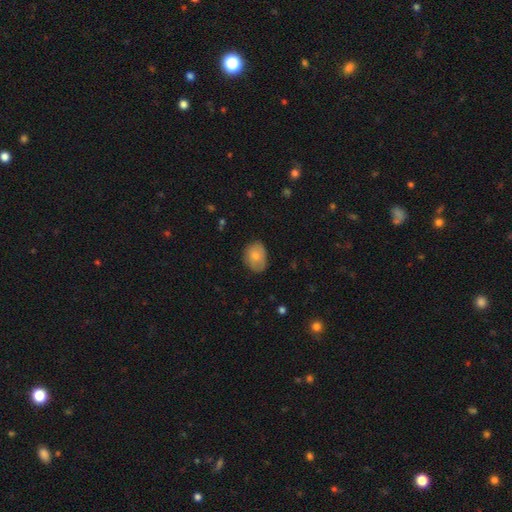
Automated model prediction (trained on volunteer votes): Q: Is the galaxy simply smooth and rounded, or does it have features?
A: smooth — 80%.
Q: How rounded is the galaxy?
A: in between — 68%.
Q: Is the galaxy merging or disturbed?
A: none — 74%.